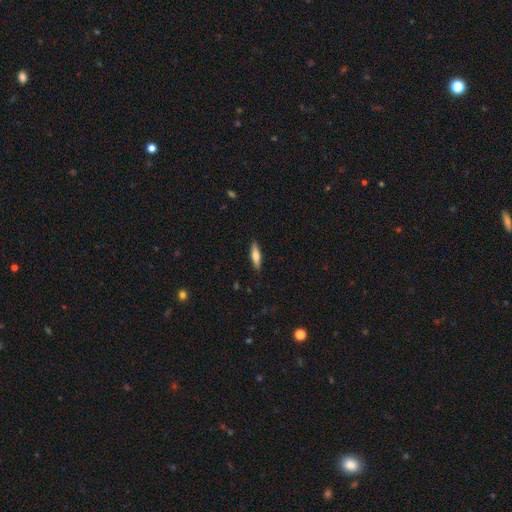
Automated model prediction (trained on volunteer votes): Smooth or featured?
  - smooth: 66% *
  - featured or disk: 28%
  - star or artifact: 6%
How rounded?
  - cigar-shaped: 66% *
  - in between: 32%
  - round: 2%
Merging?
  - none: 88% *
  - minor disturbance: 9%
  - major disturbance: 2%
  - merger: 1%